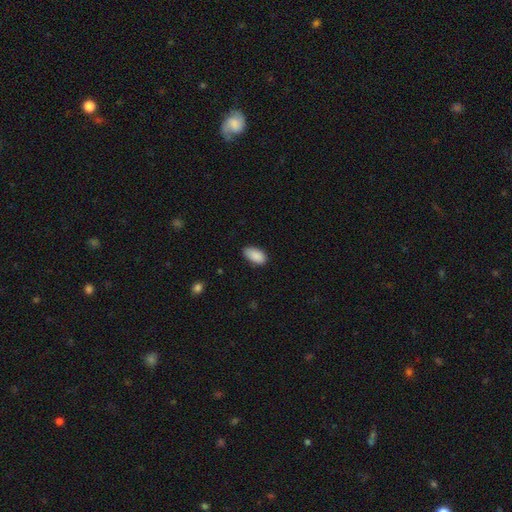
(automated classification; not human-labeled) Morphology: type=smooth (90%); roundness=in between (94%); merging=none (77%).